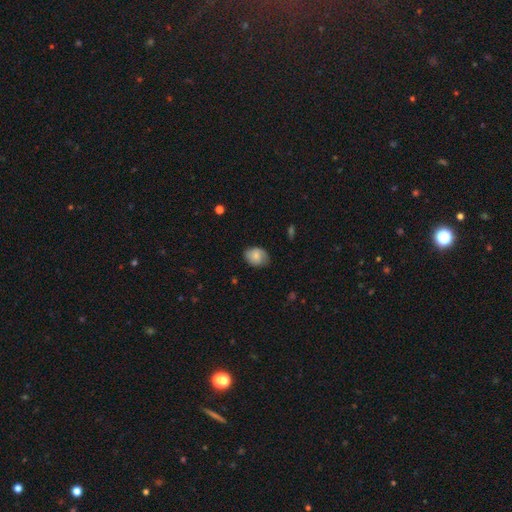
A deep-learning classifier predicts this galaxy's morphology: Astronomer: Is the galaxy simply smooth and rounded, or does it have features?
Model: smooth — 76%.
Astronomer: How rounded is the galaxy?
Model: in between — 57% (runner-up: round, 42%).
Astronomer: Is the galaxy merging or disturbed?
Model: none — 70%.